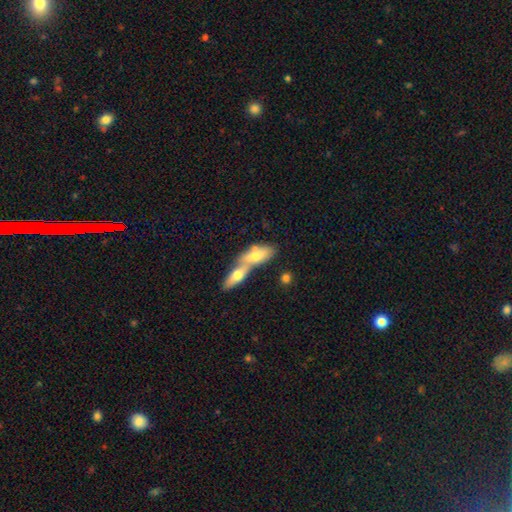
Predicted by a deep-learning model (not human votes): Smooth or featured?
  - smooth: 67% *
  - featured or disk: 26%
  - star or artifact: 6%
How rounded?
  - in between: 68% *
  - cigar-shaped: 29%
  - round: 3%
Merging?
  - merger: 67% *
  - none: 22%
  - minor disturbance: 7%
  - major disturbance: 3%